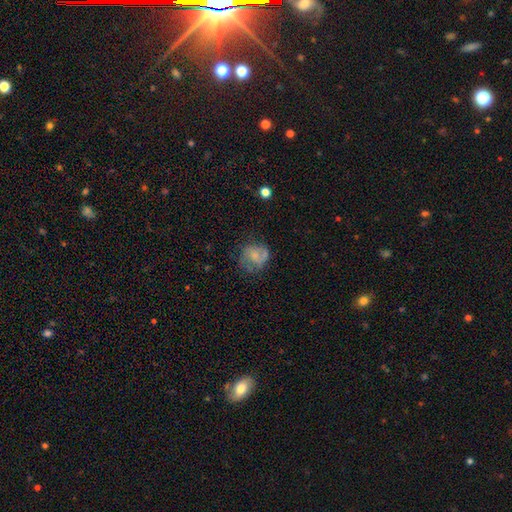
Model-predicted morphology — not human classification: type=smooth (46%); merging=none (52%).